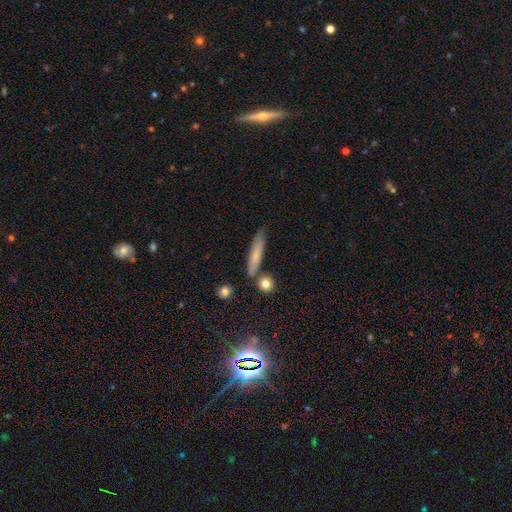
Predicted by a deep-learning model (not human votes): Smooth or featured? smooth (69%)
How rounded? cigar-shaped (83%)
Merging? none (73%)